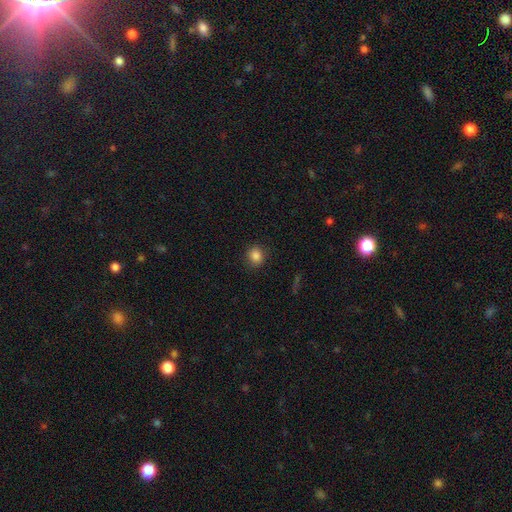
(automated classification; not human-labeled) smooth_or_featured: smooth (p=0.85) [alt: star or artifact p=0.11]
how_rounded: round (p=0.75) [alt: in between p=0.24]
merging: none (p=0.87) [alt: minor disturbance p=0.10]